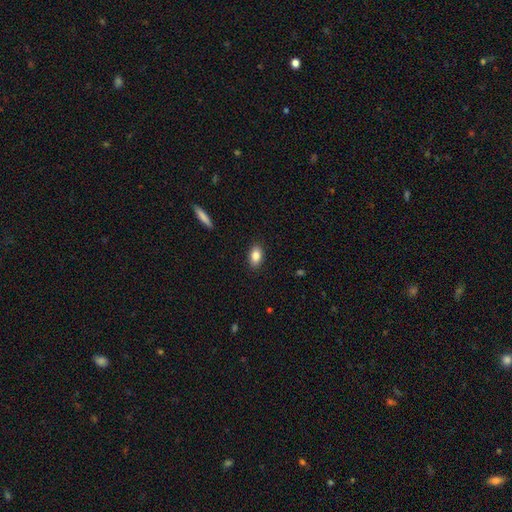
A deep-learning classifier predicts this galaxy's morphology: smooth-or-featured: smooth: 85% | star or artifact: 8% | featured or disk: 8%
  how-rounded: in between: 90% | round: 7% | cigar-shaped: 3%
  merging: none: 89% | minor disturbance: 8% | major disturbance: 2% | merger: 1%